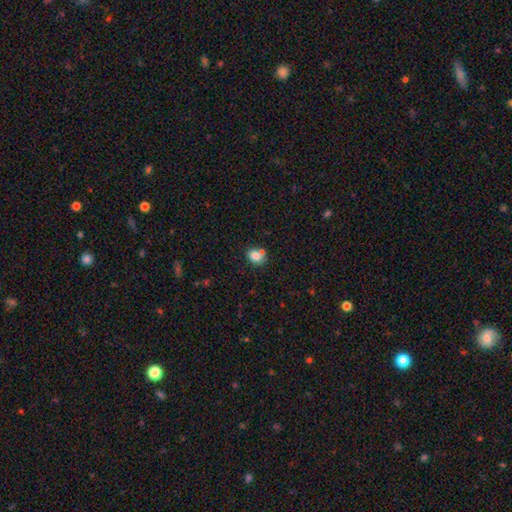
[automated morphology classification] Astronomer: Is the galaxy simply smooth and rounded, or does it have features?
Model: smooth — 80%.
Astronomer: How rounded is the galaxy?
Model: round — 52% (runner-up: in between, 47%).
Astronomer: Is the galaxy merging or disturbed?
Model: none — 62%.